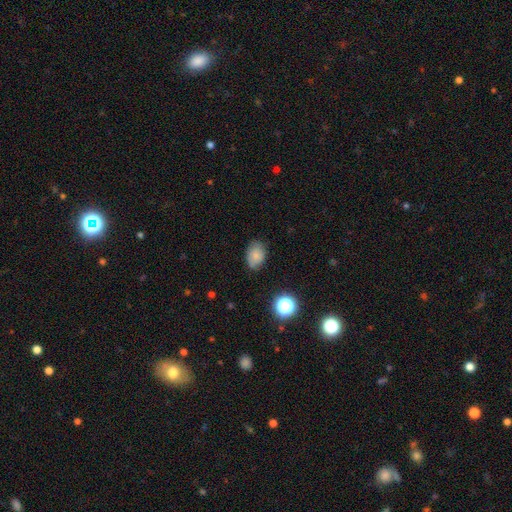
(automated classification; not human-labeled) This appears to be a smooth galaxy with no disk features (76%) that is in between round and cigar-shaped (78%). Merging: none (74%).